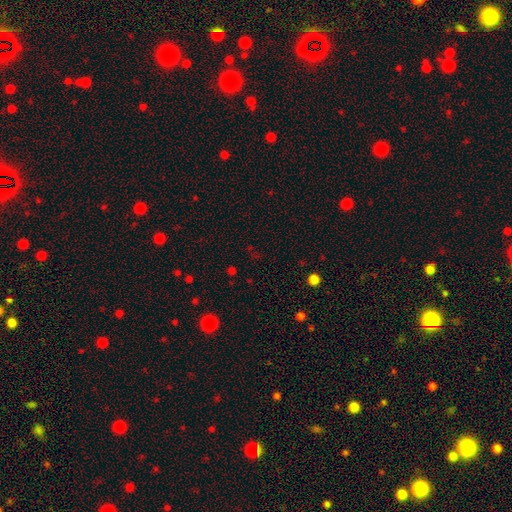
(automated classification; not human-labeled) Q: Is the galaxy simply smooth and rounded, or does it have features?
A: star or artifact — 59%.